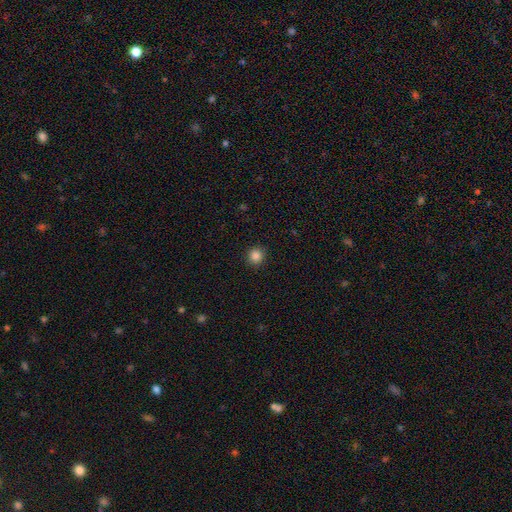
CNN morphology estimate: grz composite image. It shows a smooth galaxy with no disk features (85%) that is round (93%). Merging: none (92%).